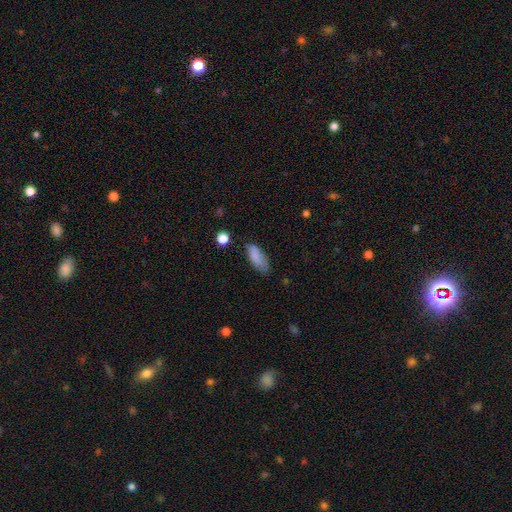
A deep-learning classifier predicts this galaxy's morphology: A smooth galaxy with no disk features (83%) that is in between round and cigar-shaped (79%). Merging: none (64%).